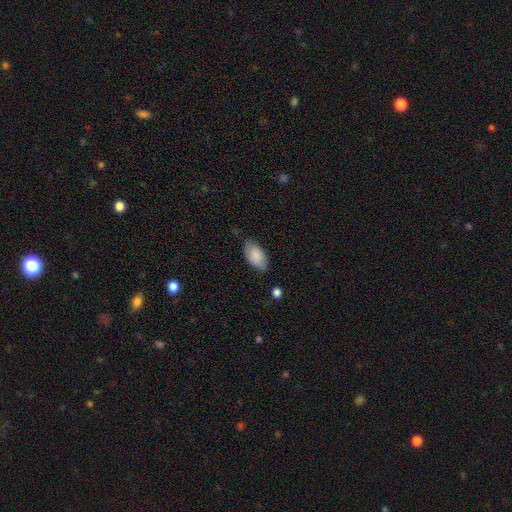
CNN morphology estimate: This is clearly a smooth galaxy (86%). How rounded: clearly in between (95%). Merging: likely none (74%).